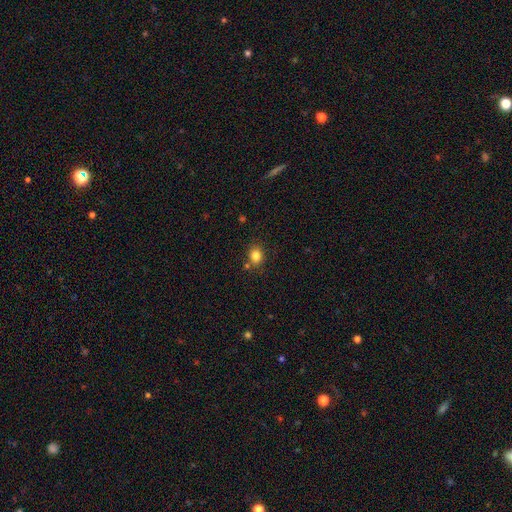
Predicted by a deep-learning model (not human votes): Overall: smooth (82%). How rounded: round (61%; in between 38%). Merging: none (78%).